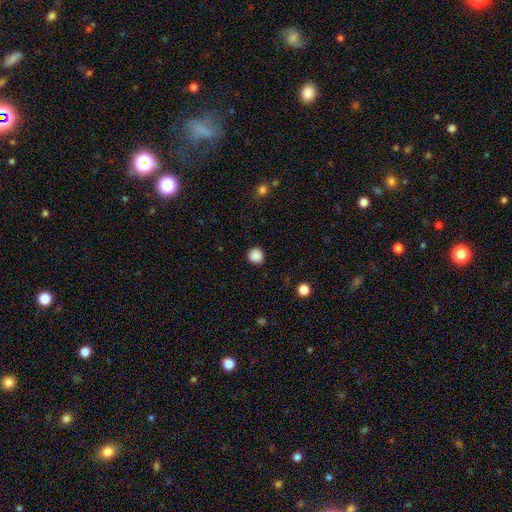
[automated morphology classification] This appears to be a smooth galaxy with no disk features (88%) that is round (93%). Merging: none (91%).